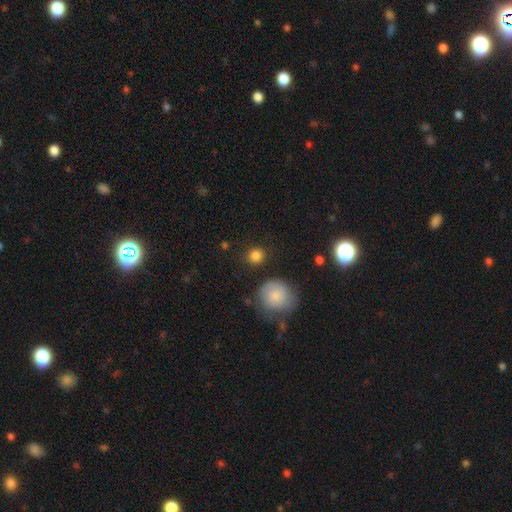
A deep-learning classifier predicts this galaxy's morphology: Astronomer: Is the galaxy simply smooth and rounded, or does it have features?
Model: smooth — 85%.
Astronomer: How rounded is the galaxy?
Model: round — 87%.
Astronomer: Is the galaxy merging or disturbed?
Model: none — 85%.